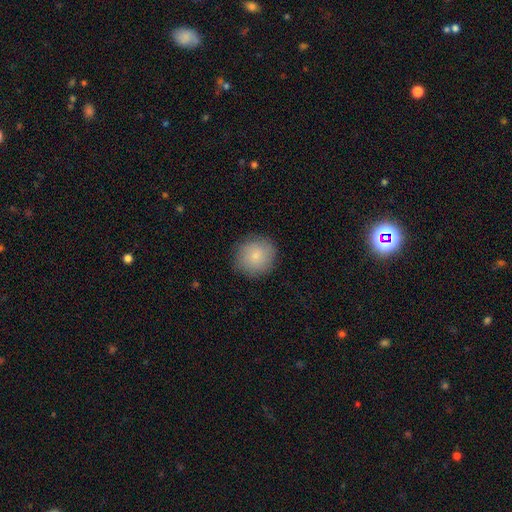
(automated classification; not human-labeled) A smooth galaxy with no disk features (84%) that is round (91%). Merging: none (87%).